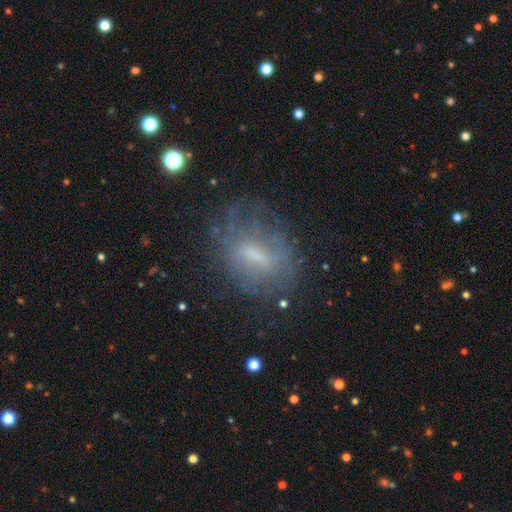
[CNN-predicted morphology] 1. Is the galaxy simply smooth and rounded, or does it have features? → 47% featured or disk, 40% smooth, 13% star or artifact.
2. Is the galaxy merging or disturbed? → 61% none, 22% minor disturbance, 15% major disturbance, 2% merger.